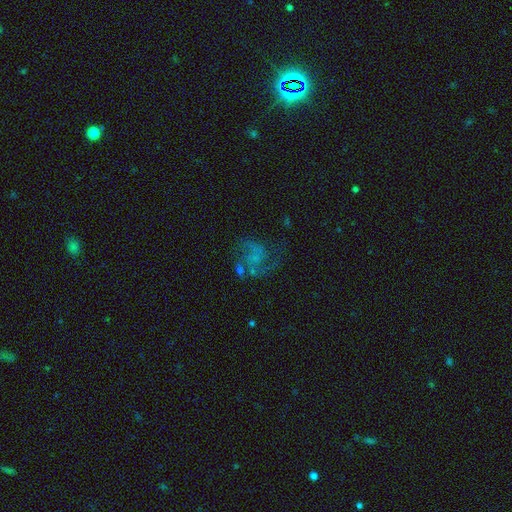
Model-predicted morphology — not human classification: Smooth or featured? featured or disk (74%)
Edge-on disk? no (98%)
Bar? no (68%)
Spiral arms? yes (88%)
Spiral winding? medium (46%)
Spiral arm count? 2 (71%)
Bulge size? none (61%)
Merging? none (52%)